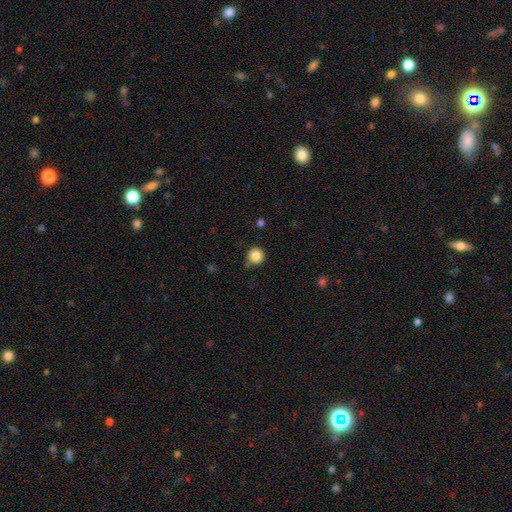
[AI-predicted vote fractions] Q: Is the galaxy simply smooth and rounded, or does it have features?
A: smooth — 85%.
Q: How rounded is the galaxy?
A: round — 95%.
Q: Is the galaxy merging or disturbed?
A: none — 80%.